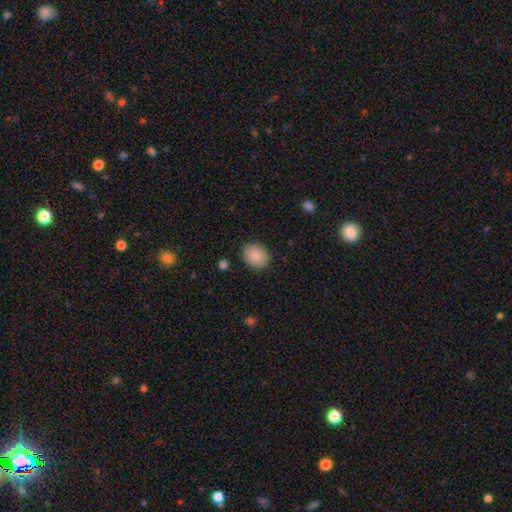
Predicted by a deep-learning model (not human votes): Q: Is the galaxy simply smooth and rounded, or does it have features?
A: smooth — 88%.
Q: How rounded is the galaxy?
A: round — 56%.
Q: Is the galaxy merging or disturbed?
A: none — 87%.